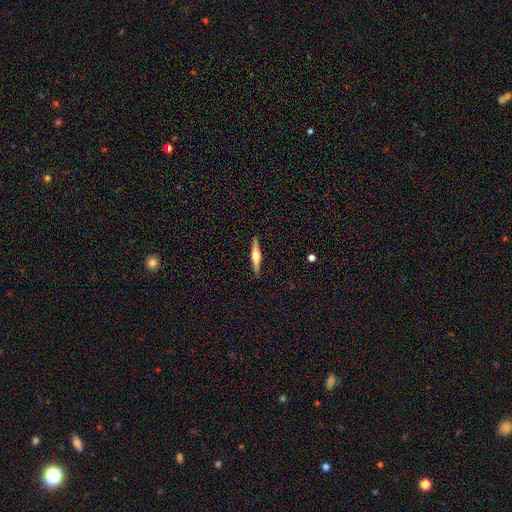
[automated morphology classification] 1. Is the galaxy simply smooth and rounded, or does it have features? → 62% featured or disk, 32% smooth, 6% star or artifact.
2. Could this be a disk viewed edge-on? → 97% yes, 3% no.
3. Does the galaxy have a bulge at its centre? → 89% rounded, 6% boxy, 4% none.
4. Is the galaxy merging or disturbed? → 90% none, 7% minor disturbance, 1% major disturbance, 1% merger.